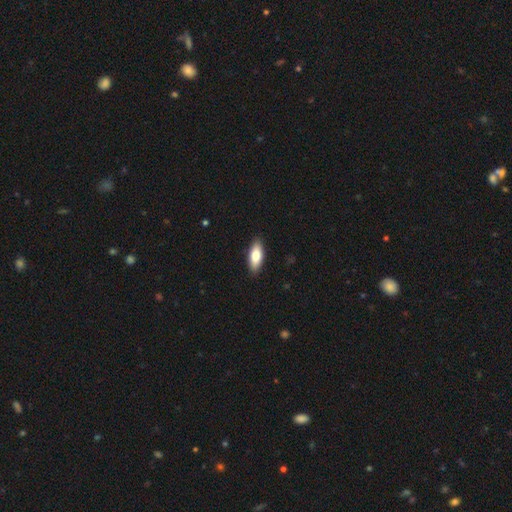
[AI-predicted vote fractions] This is likely a smooth galaxy (78%). How rounded: likely in between (77%). Merging: clearly none (89%).